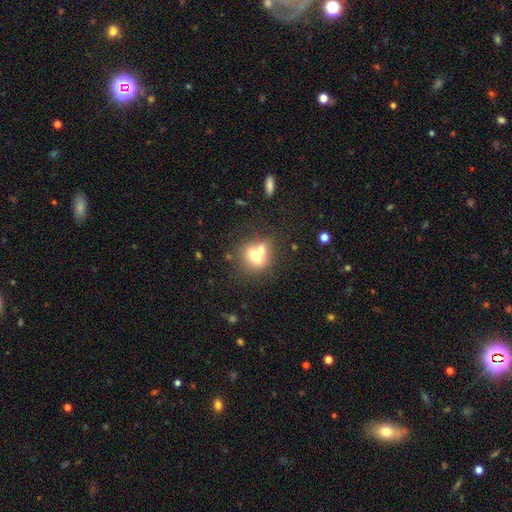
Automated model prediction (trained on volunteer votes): This is likely a smooth galaxy (63%). How rounded: possibly round (51%). Merging: possibly merger (51%).